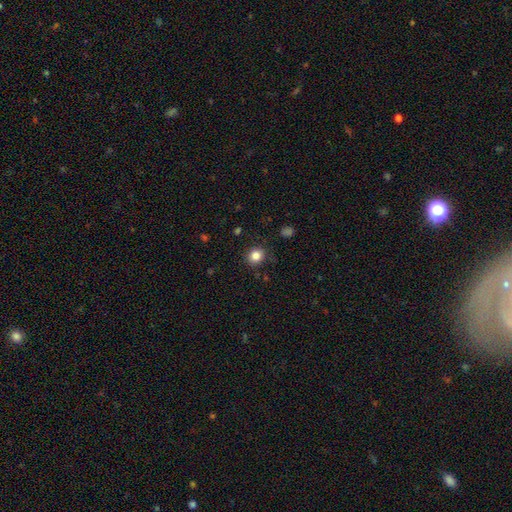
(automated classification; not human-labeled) Smooth or featured? Predicted: smooth (p=0.84). How rounded? Predicted: round (p=0.84). Merging? Predicted: none (p=0.87).